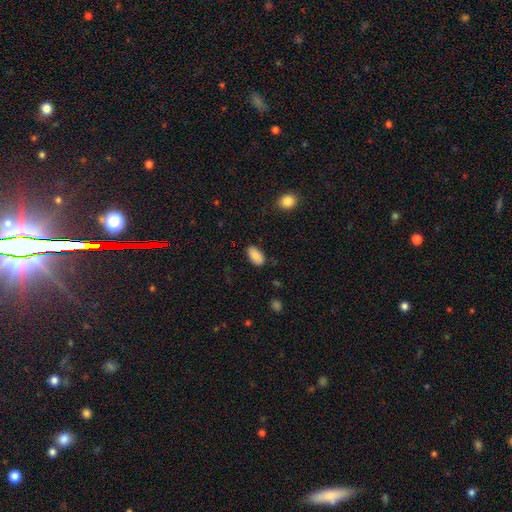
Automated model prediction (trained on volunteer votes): A smooth galaxy with no disk features (88%) that is in between round and cigar-shaped (94%). Merging: none (82%).